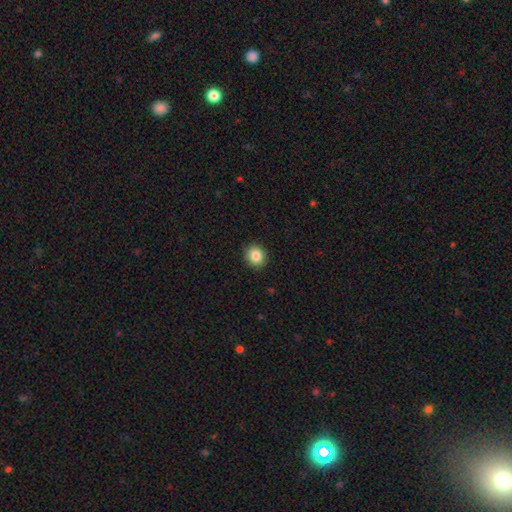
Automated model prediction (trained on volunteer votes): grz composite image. It shows a smooth galaxy with no disk features (85%) that is round (85%). Merging: none (92%).